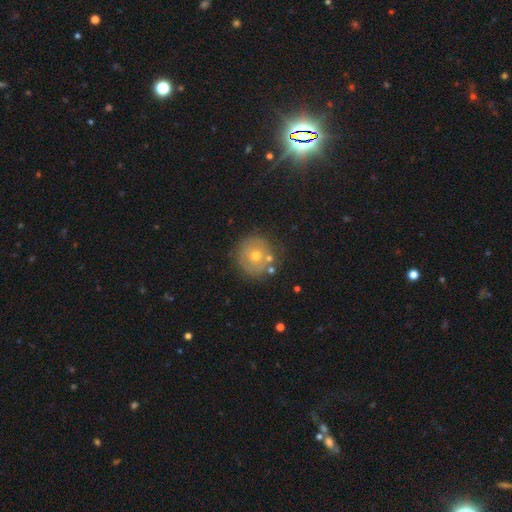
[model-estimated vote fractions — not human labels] Smooth or featured: smooth — 53% (featured or disk — 36%)
How rounded: round — 93% (in between — 6%)
Merging: none — 74% (minor disturbance — 14%)